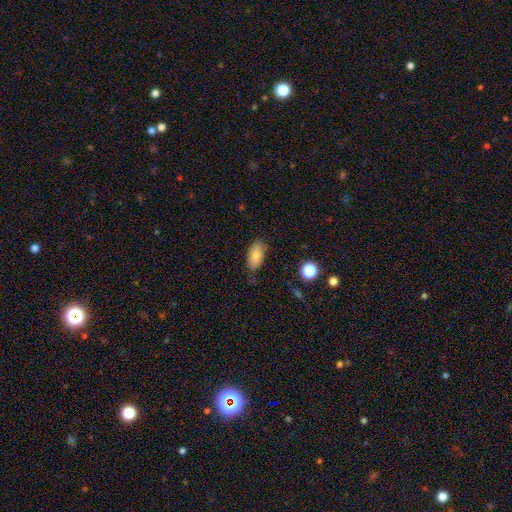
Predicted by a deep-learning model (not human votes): Smooth or featured? Predicted: smooth (p=0.80). How rounded? Predicted: in between (p=0.90). Merging? Predicted: none (p=0.79).